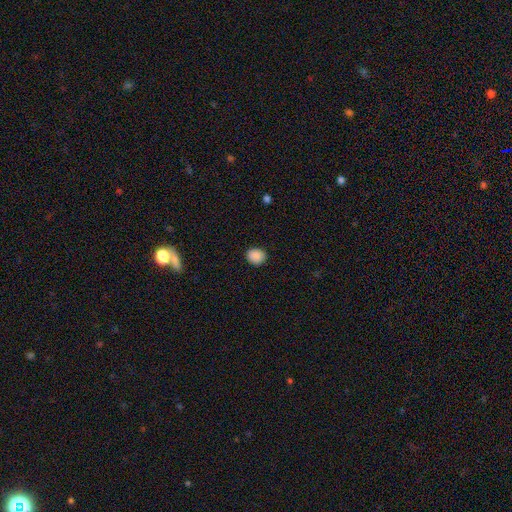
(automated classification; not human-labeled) This is clearly a smooth galaxy (89%). How rounded: likely round (70%). Merging: clearly none (89%).